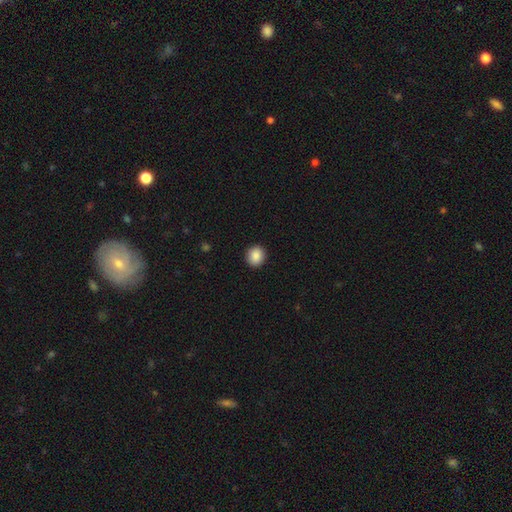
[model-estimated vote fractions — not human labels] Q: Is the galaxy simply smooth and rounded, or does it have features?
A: smooth — 88%.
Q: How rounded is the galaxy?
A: round — 85%.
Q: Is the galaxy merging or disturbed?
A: none — 92%.